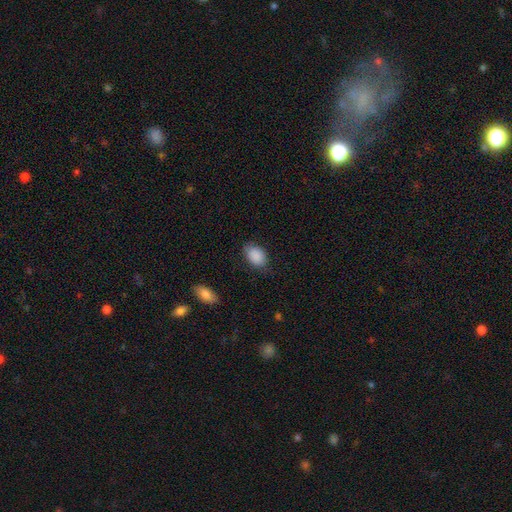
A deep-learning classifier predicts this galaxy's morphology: A smooth galaxy with no disk features (89%) that is in between round and cigar-shaped (85%). Merging: none (78%).